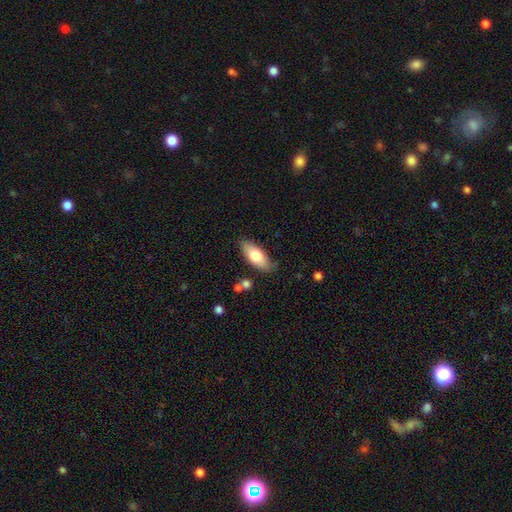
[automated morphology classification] This is likely a smooth galaxy (75%). How rounded: clearly in between (83%). Merging: likely none (80%).